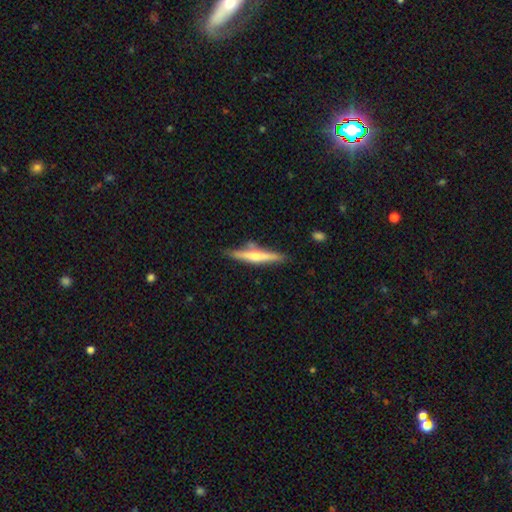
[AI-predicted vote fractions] A featured or disk galaxy (60%) viewed edge-on (96%) with a rounded central bulge (82%).

Vote fractions:
- Smooth or featured? featured or disk: 60% / smooth: 35% / star or artifact: 6%
- Edge-on disk? yes: 96% / no: 4%
- Edge-on bulge? rounded: 82% / none: 12% / boxy: 6%
- Merging? none: 79% / minor disturbance: 13% / merger: 5% / major disturbance: 3%